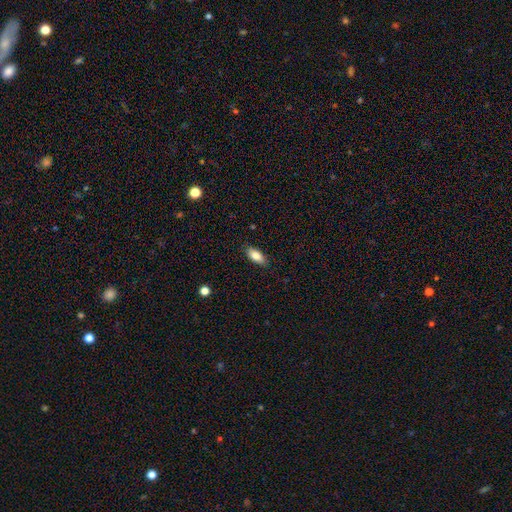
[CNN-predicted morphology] smooth_or_featured: smooth (p=0.83) [alt: featured or disk p=0.10]
how_rounded: in between (p=0.87) [alt: cigar-shaped p=0.10]
merging: none (p=0.88) [alt: minor disturbance p=0.09]